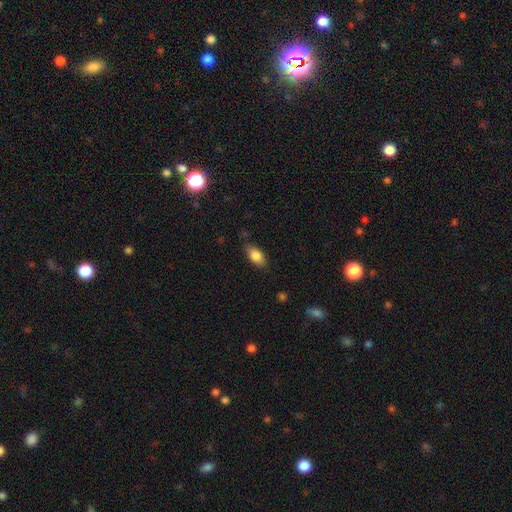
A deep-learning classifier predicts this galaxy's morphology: Smooth or featured?
  - smooth: 83% *
  - featured or disk: 10%
  - star or artifact: 7%
How rounded?
  - in between: 89% *
  - cigar-shaped: 7%
  - round: 4%
Merging?
  - none: 79% *
  - minor disturbance: 15%
  - major disturbance: 4%
  - merger: 2%